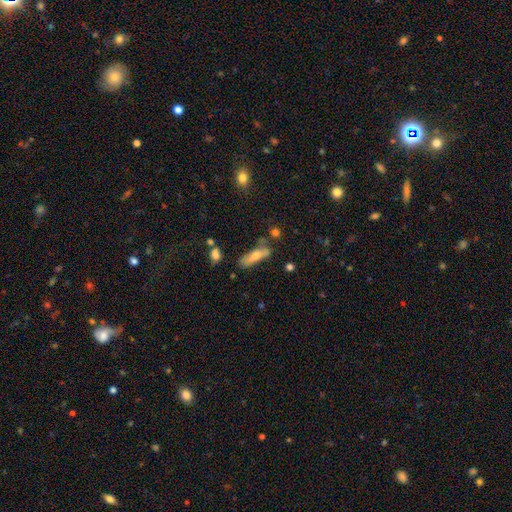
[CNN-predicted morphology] smooth-or-featured: smooth: 68% | featured or disk: 24% | star or artifact: 8%
  how-rounded: cigar-shaped: 61% | in between: 36% | round: 2%
  merging: none: 52% | minor disturbance: 26% | major disturbance: 11% | merger: 11%